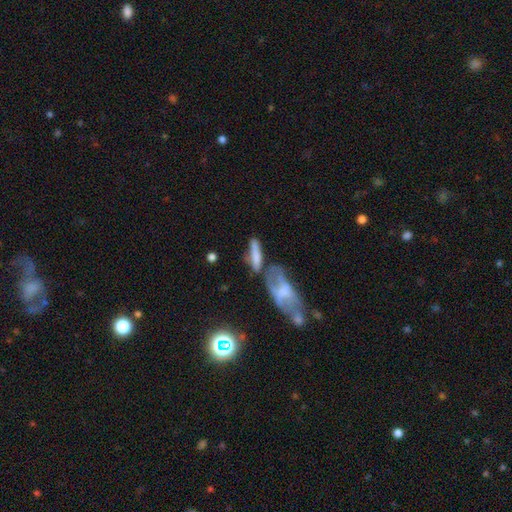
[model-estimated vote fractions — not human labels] The model was most divided on "merging": none: 37%, merger: 29%, minor disturbance: 20%, major disturbance: 13%. More confident: smooth or featured — smooth (64%); how rounded — cigar-shaped (59%).